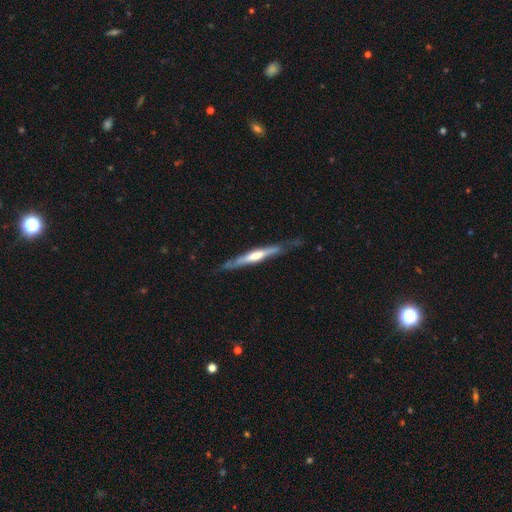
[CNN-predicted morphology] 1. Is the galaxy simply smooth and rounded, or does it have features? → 63% featured or disk, 32% smooth, 5% star or artifact.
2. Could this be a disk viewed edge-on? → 91% yes, 9% no.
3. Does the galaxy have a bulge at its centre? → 50% rounded, 28% none, 23% boxy.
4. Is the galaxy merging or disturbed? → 69% none, 23% minor disturbance, 6% major disturbance, 2% merger.